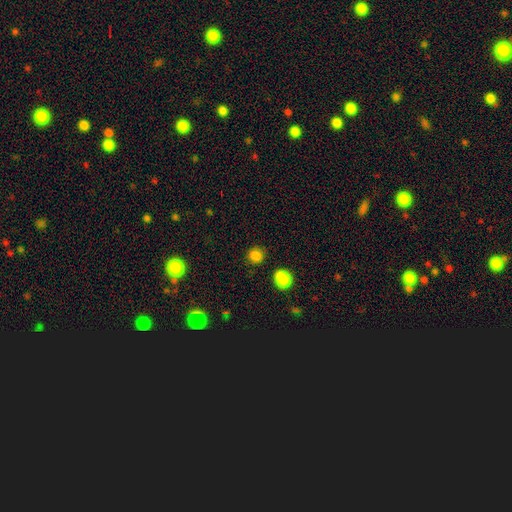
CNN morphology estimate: smooth_or_featured: smooth (p=0.83) [alt: star or artifact p=0.13]
how_rounded: round (p=0.86) [alt: in between p=0.13]
merging: none (p=0.84) [alt: minor disturbance p=0.10]